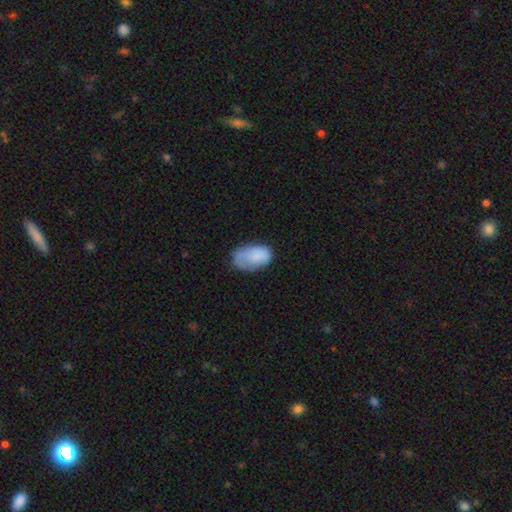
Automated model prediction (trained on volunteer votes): Smooth or featured?
  - smooth: 79% *
  - featured or disk: 14%
  - star or artifact: 7%
How rounded?
  - in between: 93% *
  - round: 6%
  - cigar-shaped: 1%
Merging?
  - none: 49% *
  - minor disturbance: 34%
  - major disturbance: 14%
  - merger: 3%